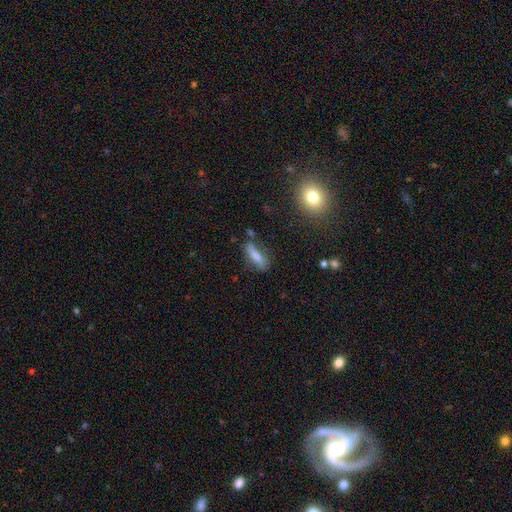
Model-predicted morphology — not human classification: The model was most divided on "how rounded": cigar-shaped: 54%, in between: 43%, round: 3%. More confident: smooth or featured — smooth (70%); merging — none (61%).